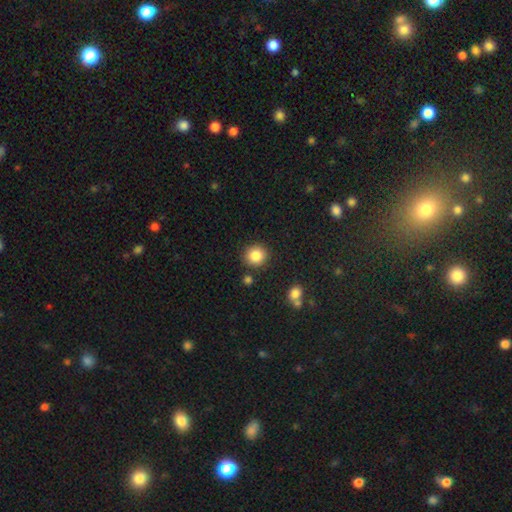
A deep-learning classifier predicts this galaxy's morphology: smooth_or_featured: smooth (p=0.86) [alt: star or artifact p=0.10]
how_rounded: round (p=0.91) [alt: in between p=0.08]
merging: none (p=0.86) [alt: minor disturbance p=0.08]